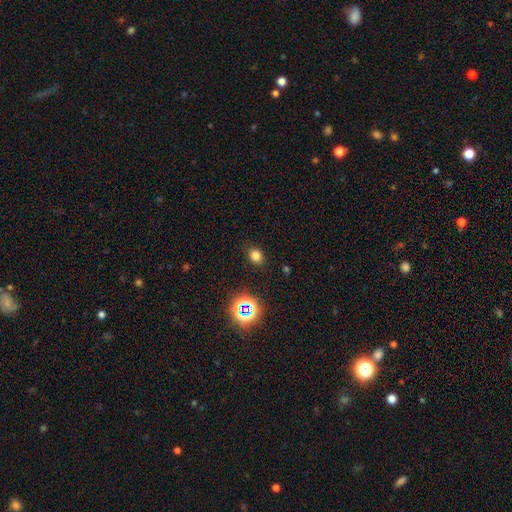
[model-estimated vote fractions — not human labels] Smooth or featured?
  - smooth: 75% *
  - star or artifact: 20%
  - featured or disk: 6%
How rounded?
  - in between: 53% *
  - round: 46%
  - cigar-shaped: 1%
Merging?
  - none: 87% *
  - minor disturbance: 9%
  - major disturbance: 3%
  - merger: 1%